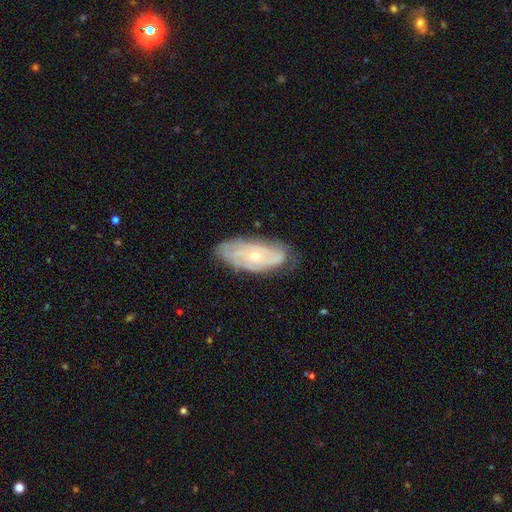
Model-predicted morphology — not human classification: This is likely a featured or disk galaxy (70%). It is clearly not viewed edge-on (90%). Bar: clearly no (81%). Spiral arm pattern: clearly yes (81%). Spiral arm count: possibly can't tell (53%). Spiral winding: likely tight (66%). Central bulge: likely small (64%). Merging: likely none (71%).